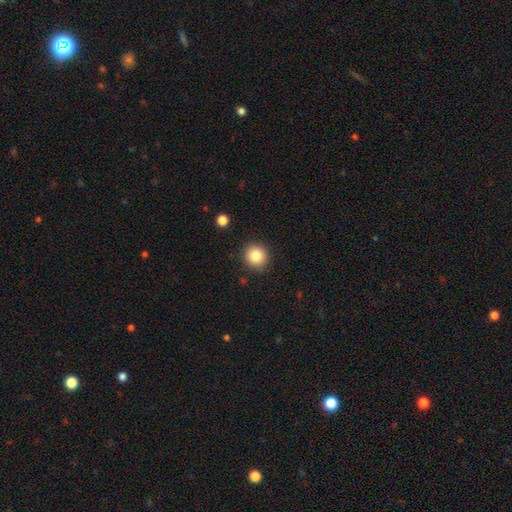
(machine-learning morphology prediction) type=smooth (83%); roundness=round (92%); merging=none (90%).